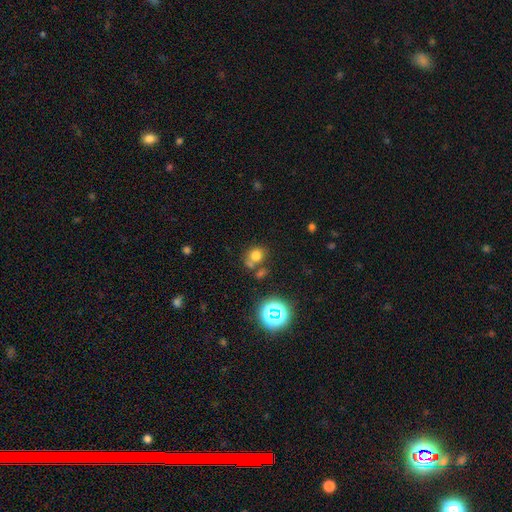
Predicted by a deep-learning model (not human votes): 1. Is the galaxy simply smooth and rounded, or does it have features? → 70% smooth, 20% star or artifact, 10% featured or disk.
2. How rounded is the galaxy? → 72% round, 27% in between, 1% cigar-shaped.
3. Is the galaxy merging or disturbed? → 57% none, 25% merger, 13% minor disturbance, 6% major disturbance.